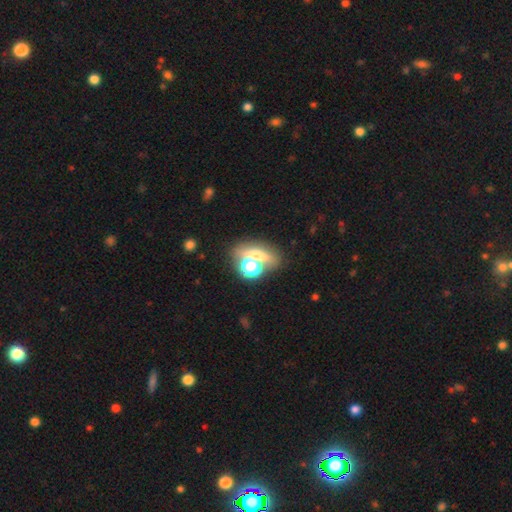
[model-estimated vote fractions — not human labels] Smooth or featured? Predicted: smooth (p=0.54). How rounded? Predicted: in between (p=0.51). Merging? Predicted: none (p=0.45).